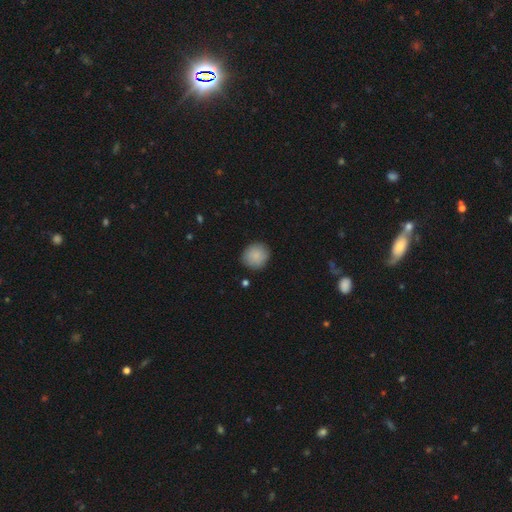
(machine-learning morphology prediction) smooth 87%, featured or disk 7%, star or artifact 7%. Down the decision tree: how rounded — round (85%); merging — none (85%).